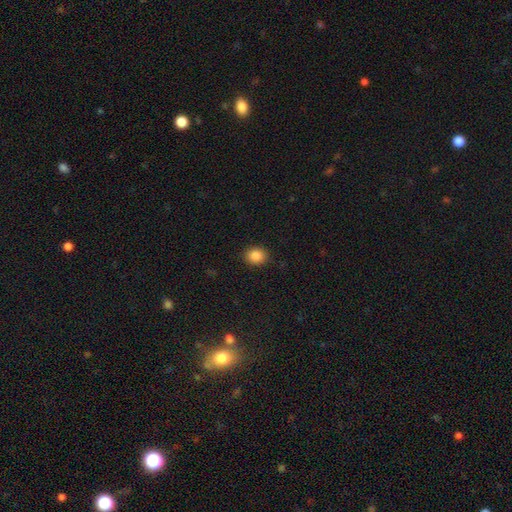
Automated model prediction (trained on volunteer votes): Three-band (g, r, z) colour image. It shows a smooth galaxy with no disk features (86%) that is round (61%). Merging: none (90%).